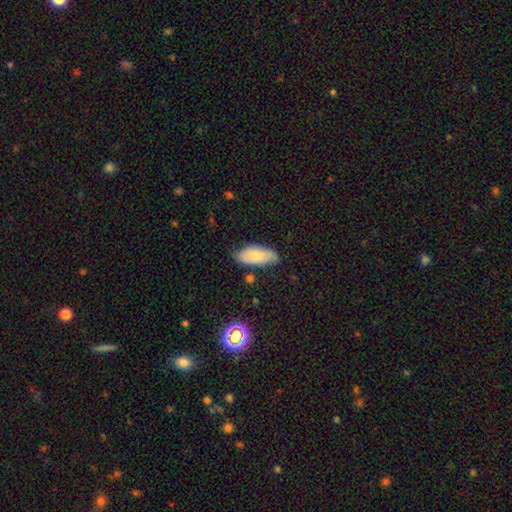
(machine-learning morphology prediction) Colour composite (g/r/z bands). It shows a smooth galaxy with no disk features (74%) that is in between round and cigar-shaped (87%). Merging: none (70%).